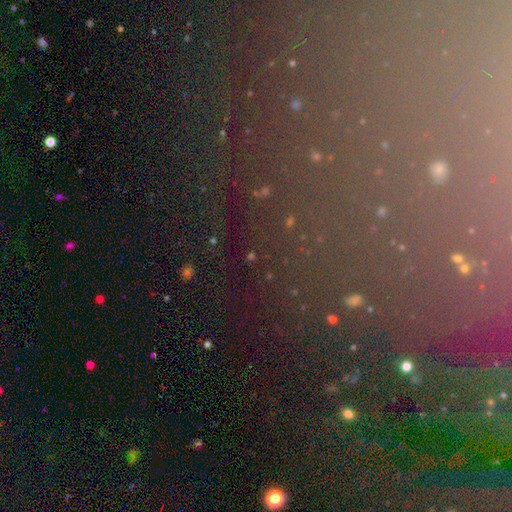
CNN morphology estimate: star or artifact 71%, smooth 15%, featured or disk 15%.